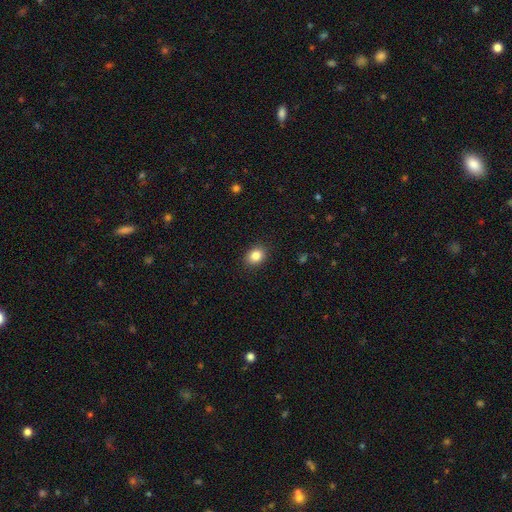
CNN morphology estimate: smooth_or_featured: smooth (p=0.85) [alt: star or artifact p=0.09]
how_rounded: in between (p=0.55) [alt: round p=0.44]
merging: none (p=0.90) [alt: minor disturbance p=0.07]